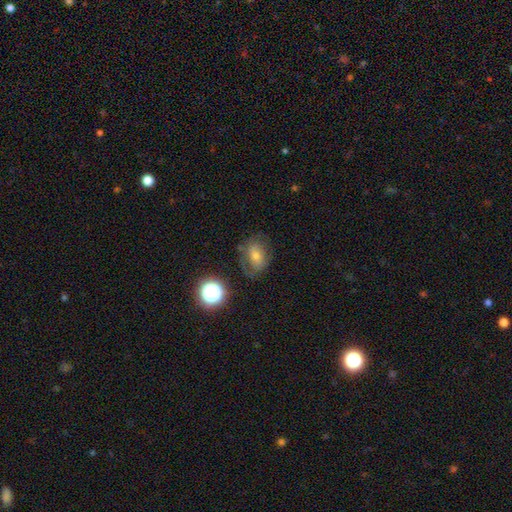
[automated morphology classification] A smooth galaxy with no disk features (48%).

Vote fractions:
- Smooth or featured? smooth: 48% / featured or disk: 35% / star or artifact: 18%
- Merging? none: 68% / minor disturbance: 19% / major disturbance: 11% / merger: 2%